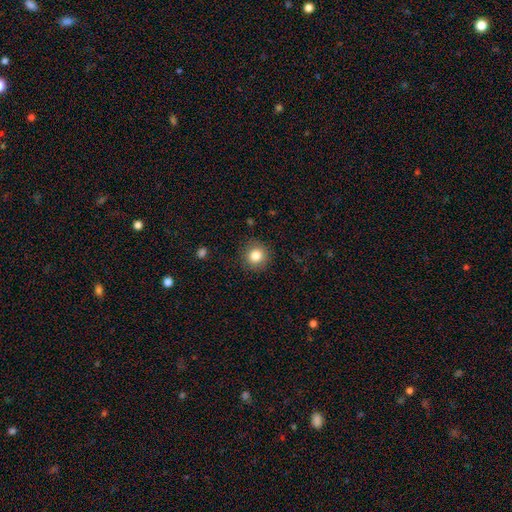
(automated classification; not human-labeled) smooth_or_featured: smooth (p=0.83) [alt: star or artifact p=0.10]
how_rounded: round (p=0.92) [alt: in between p=0.07]
merging: none (p=0.89) [alt: minor disturbance p=0.08]